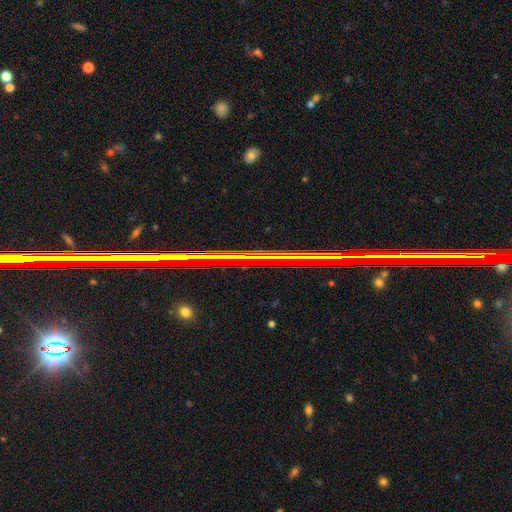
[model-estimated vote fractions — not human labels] This appears to be a star or artifact, not a galaxy (79%).